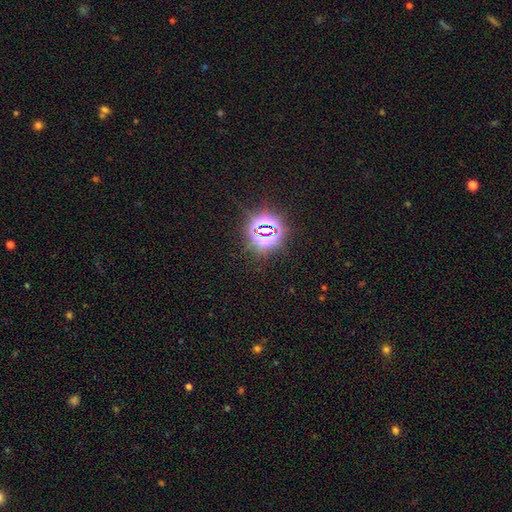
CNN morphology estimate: A star or artifact, not a galaxy (81%).